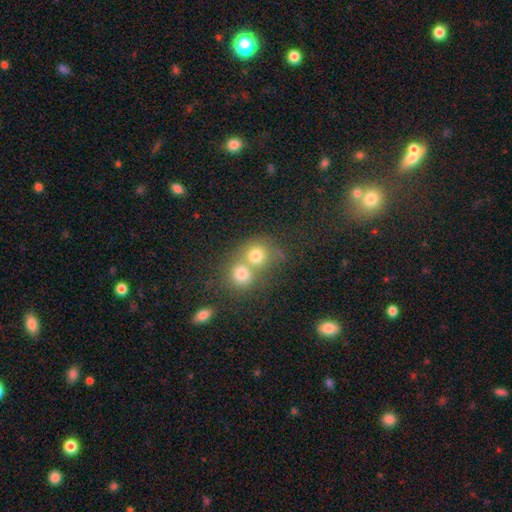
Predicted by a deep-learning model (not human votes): The model was most divided on "merging": merger: 57%, none: 34%, minor disturbance: 6%, major disturbance: 3%. More confident: how rounded — round (81%); smooth or featured — smooth (74%).